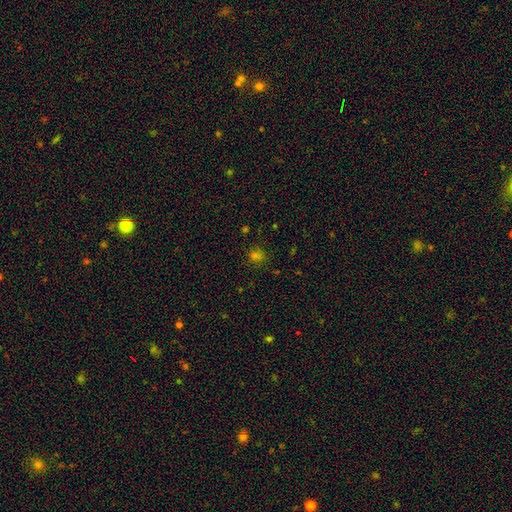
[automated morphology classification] The model was most divided on "smooth or featured": smooth: 68%, star or artifact: 27%, featured or disk: 5%. More confident: merging — none (83%); how rounded — round (80%).